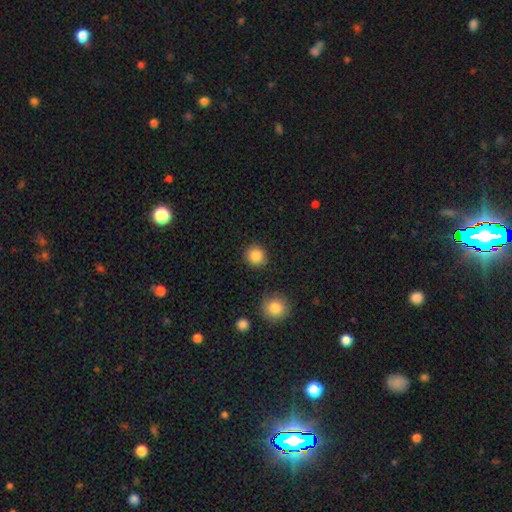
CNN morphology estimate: smooth-or-featured: smooth: 87% | star or artifact: 9% | featured or disk: 4%
  how-rounded: round: 90% | in between: 9% | cigar-shaped: 1%
  merging: none: 89% | minor disturbance: 7% | major disturbance: 2% | merger: 2%